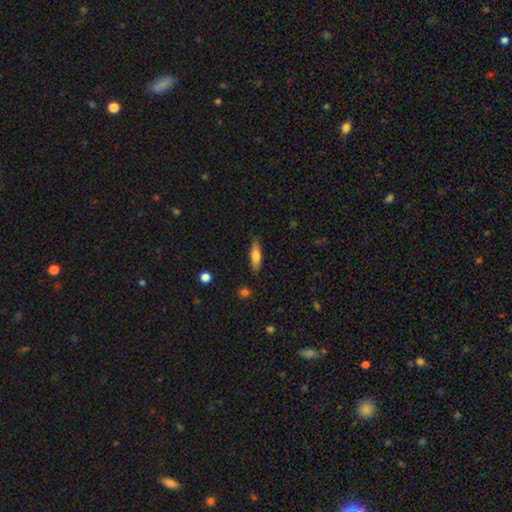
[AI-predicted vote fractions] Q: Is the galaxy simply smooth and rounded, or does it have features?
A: smooth — 68%.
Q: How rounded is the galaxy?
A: cigar-shaped — 56%.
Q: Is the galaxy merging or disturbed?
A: none — 85%.